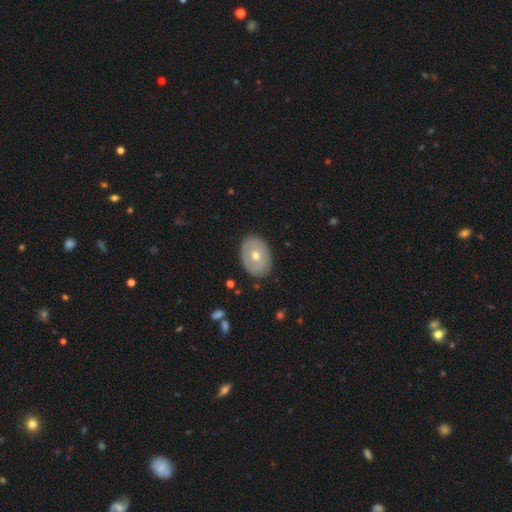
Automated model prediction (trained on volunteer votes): Q: Smooth or featured?
A: smooth (57%); runner-up: featured or disk (36%)
Q: How rounded?
A: in between (71%); runner-up: round (28%)
Q: Merging?
A: none (86%); runner-up: minor disturbance (10%)